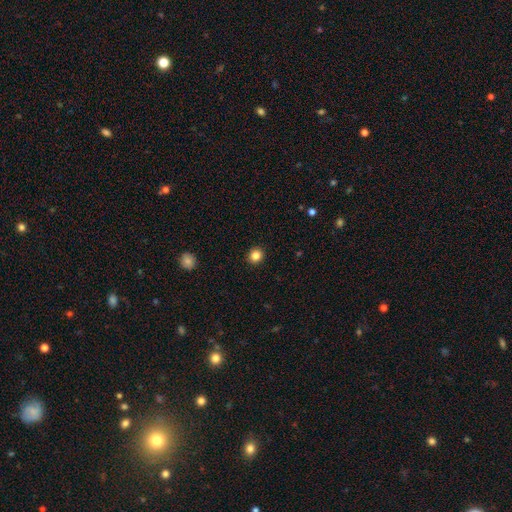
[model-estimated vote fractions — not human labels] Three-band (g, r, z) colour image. It shows a smooth galaxy with no disk features (85%) that is round (87%). Merging: none (92%).